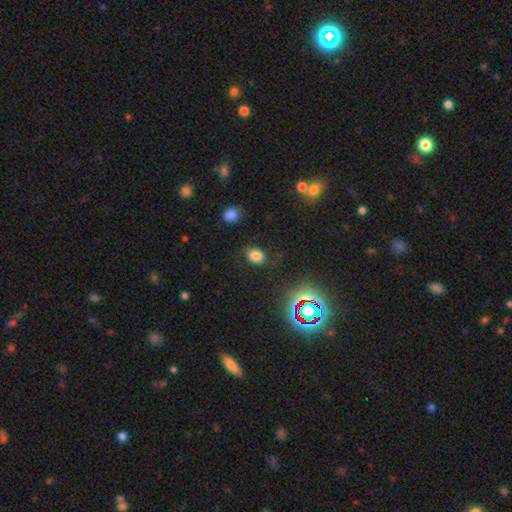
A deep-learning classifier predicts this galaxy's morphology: smooth_or_featured: smooth (p=0.77) [alt: star or artifact p=0.16]
how_rounded: in between (p=0.58) [alt: round p=0.41]
merging: none (p=0.76) [alt: minor disturbance p=0.16]